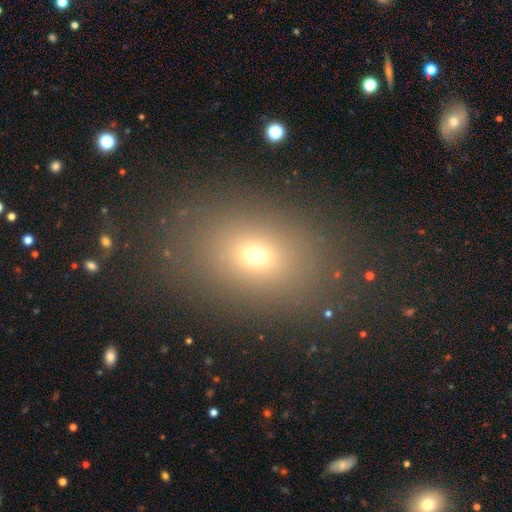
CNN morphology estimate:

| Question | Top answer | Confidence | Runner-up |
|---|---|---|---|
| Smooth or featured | smooth | 66% | star or artifact (22%) |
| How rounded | in between | 65% | round (33%) |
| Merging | none | 85% | minor disturbance (8%) |